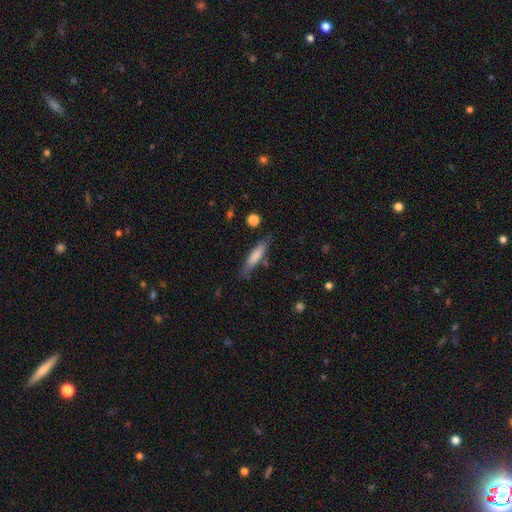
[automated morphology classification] smooth 76%, featured or disk 18%, star or artifact 6%. Down the decision tree: how rounded — cigar-shaped (78%); merging — none (75%).